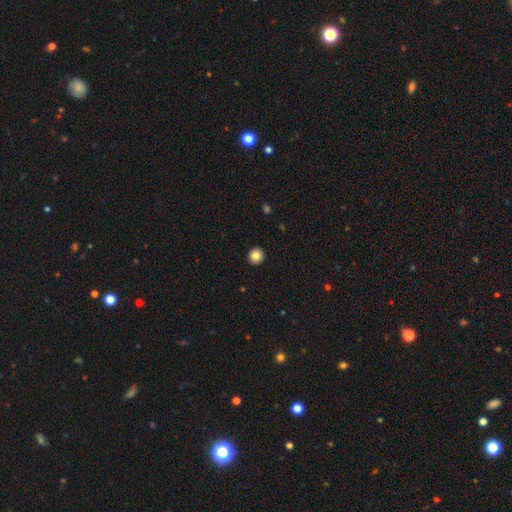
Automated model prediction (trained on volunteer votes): smooth 85%, star or artifact 10%, featured or disk 6%. Down the decision tree: how rounded — round (91%); merging — none (93%).